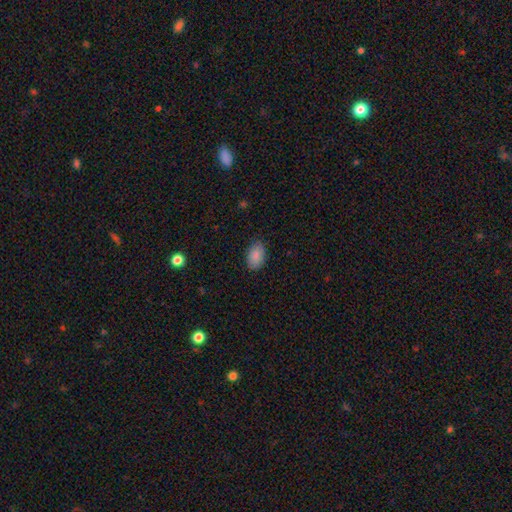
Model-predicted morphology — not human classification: Overall: smooth (88%). How rounded: in between (91%). Merging: none (85%).